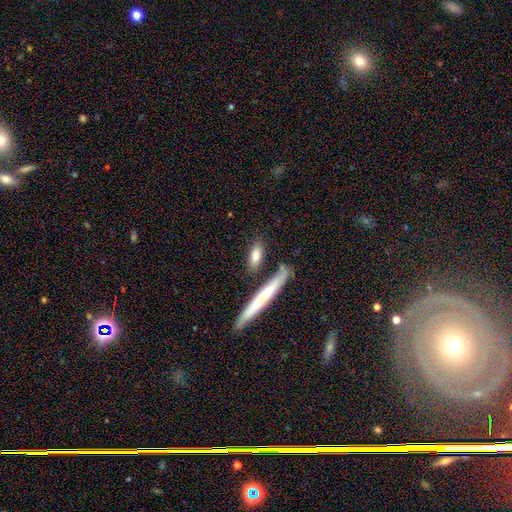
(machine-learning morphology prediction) type=smooth (78%); roundness=cigar-shaped (50%); merging=none (75%).